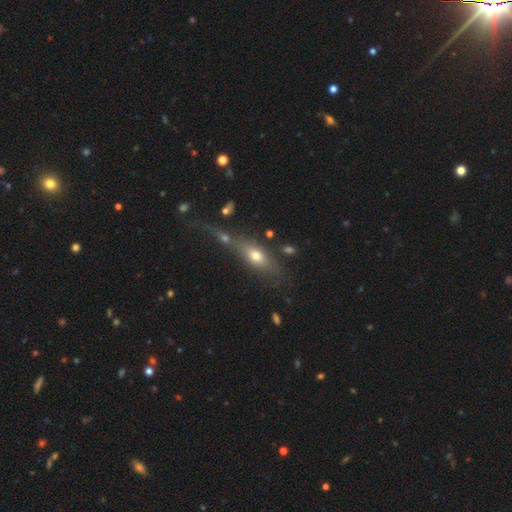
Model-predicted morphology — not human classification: Smooth or featured? Predicted: smooth (p=0.59). How rounded? Predicted: in between (p=0.66). Merging? Predicted: none (p=0.43).